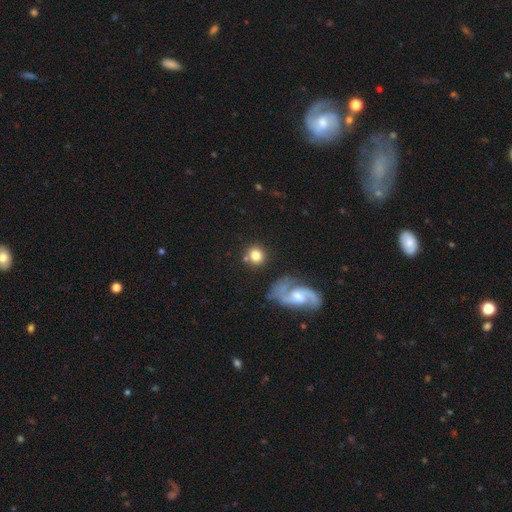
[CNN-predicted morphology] Smooth or featured? smooth (74%)
How rounded? round (89%)
Merging? none (76%)